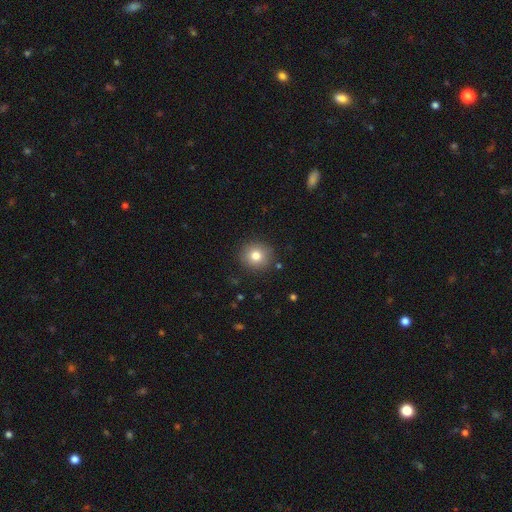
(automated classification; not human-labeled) Smooth or featured?
  - smooth: 80% *
  - star or artifact: 11%
  - featured or disk: 10%
How rounded?
  - round: 90% *
  - in between: 9%
  - cigar-shaped: 1%
Merging?
  - none: 89% *
  - minor disturbance: 7%
  - major disturbance: 2%
  - merger: 1%